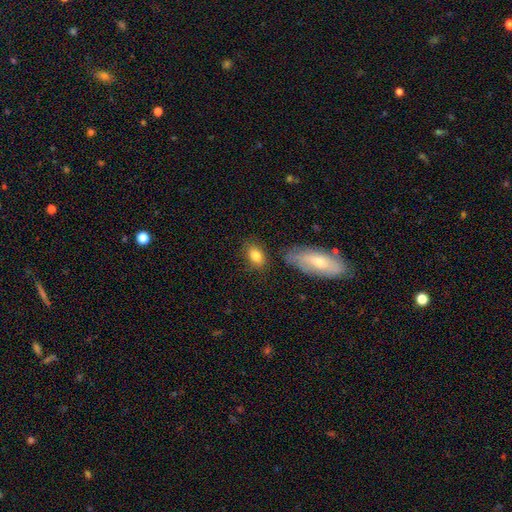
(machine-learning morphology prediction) smooth 82%, featured or disk 10%, star or artifact 8%. Down the decision tree: how rounded — in between (84%); merging — none (75%).